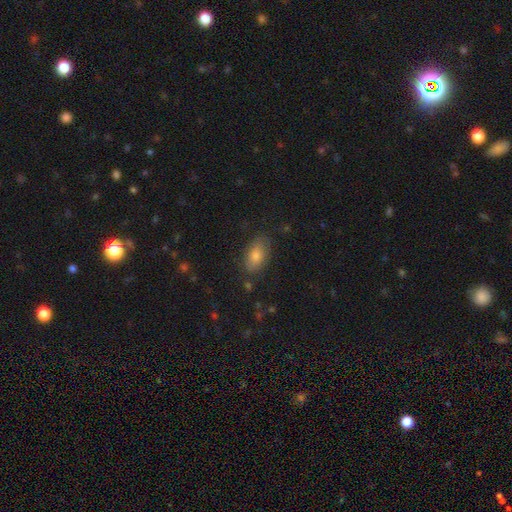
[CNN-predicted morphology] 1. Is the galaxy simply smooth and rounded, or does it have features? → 77% smooth, 13% featured or disk, 10% star or artifact.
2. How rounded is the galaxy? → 89% in between, 6% round, 5% cigar-shaped.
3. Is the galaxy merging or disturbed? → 81% none, 14% minor disturbance, 4% major disturbance, 2% merger.